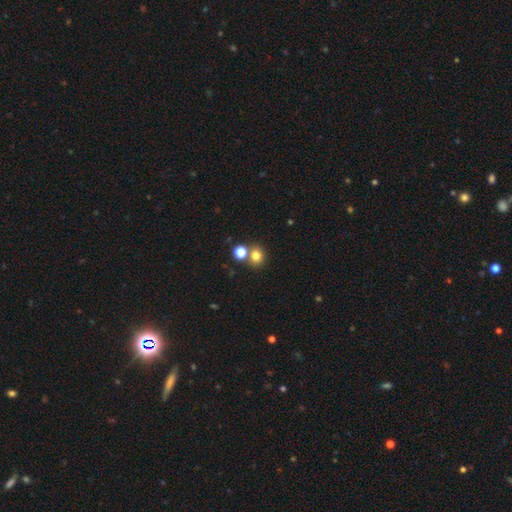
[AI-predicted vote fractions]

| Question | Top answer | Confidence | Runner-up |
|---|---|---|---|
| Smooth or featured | smooth | 78% | star or artifact (15%) |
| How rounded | round | 79% | in between (20%) |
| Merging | none | 65% | merger (24%) |